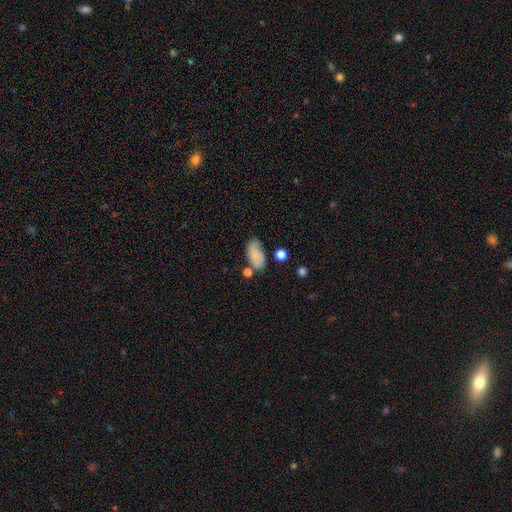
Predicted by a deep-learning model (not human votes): smooth_or_featured: smooth (p=0.78) [alt: featured or disk p=0.13]
how_rounded: in between (p=0.91) [alt: cigar-shaped p=0.05]
merging: none (p=0.52) [alt: minor disturbance p=0.25]